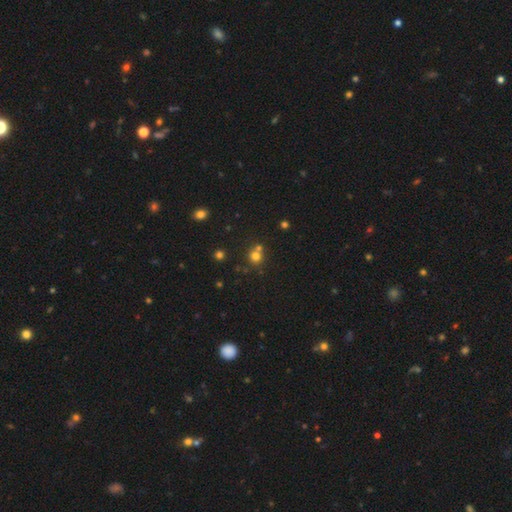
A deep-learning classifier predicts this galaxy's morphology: smooth-or-featured: smooth: 73% | star or artifact: 19% | featured or disk: 9%
  how-rounded: round: 88% | in between: 12% | cigar-shaped: 1%
  merging: none: 57% | merger: 33% | minor disturbance: 7% | major disturbance: 3%